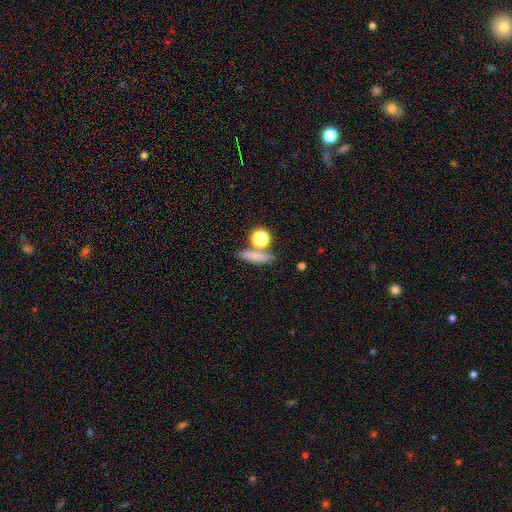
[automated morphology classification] Smooth or featured?
  - smooth: 75% *
  - featured or disk: 14%
  - star or artifact: 11%
How rounded?
  - cigar-shaped: 55% *
  - in between: 25%
  - round: 20%
Merging?
  - none: 69% *
  - merger: 16%
  - minor disturbance: 10%
  - major disturbance: 4%